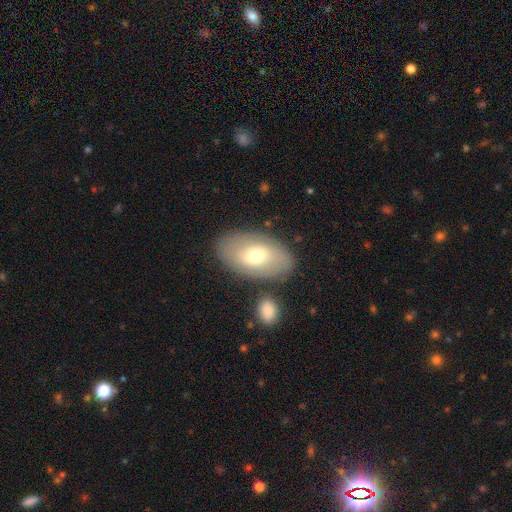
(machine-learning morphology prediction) A smooth galaxy with no disk features (62%) that is in between round and cigar-shaped (92%).

Vote fractions:
- Smooth or featured? smooth: 62% / featured or disk: 31% / star or artifact: 7%
- How rounded? in between: 92% / round: 6% / cigar-shaped: 1%
- Merging? none: 78% / minor disturbance: 12% / merger: 6% / major disturbance: 4%